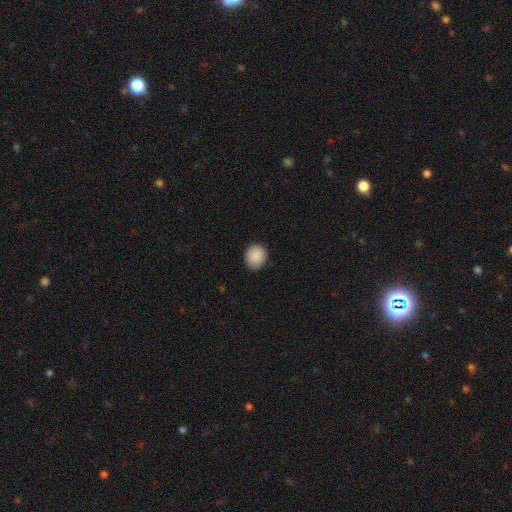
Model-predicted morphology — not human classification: Smooth or featured?
  - smooth: 89% *
  - star or artifact: 8%
  - featured or disk: 3%
How rounded?
  - round: 67% *
  - in between: 32%
  - cigar-shaped: 1%
Merging?
  - none: 87% *
  - minor disturbance: 10%
  - major disturbance: 2%
  - merger: 1%